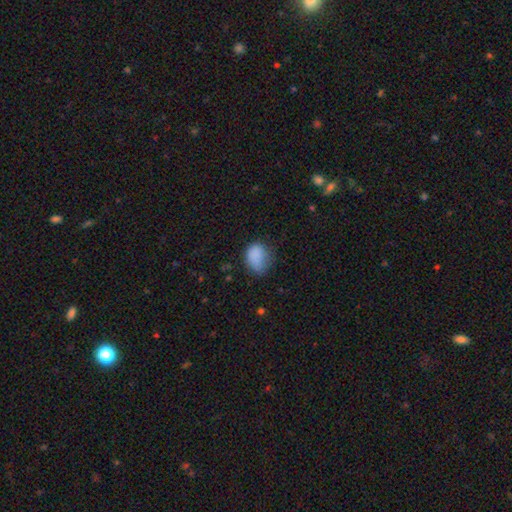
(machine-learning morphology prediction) Smooth or featured?
  - smooth: 85% *
  - star or artifact: 9%
  - featured or disk: 6%
How rounded?
  - in between: 63% *
  - round: 36%
  - cigar-shaped: 1%
Merging?
  - none: 49% *
  - minor disturbance: 34%
  - major disturbance: 15%
  - merger: 2%